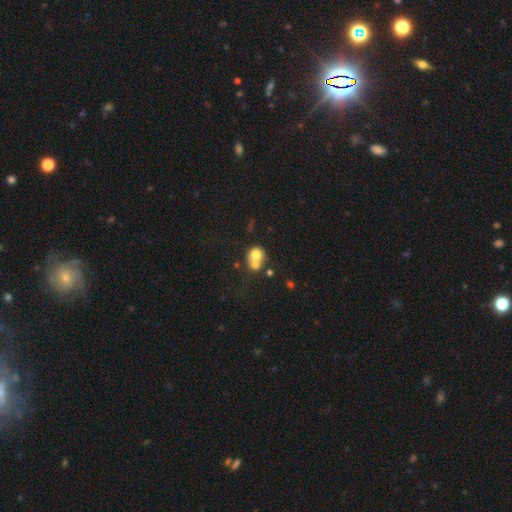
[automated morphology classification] A smooth galaxy with no disk features (70%) that is round (78%).

Vote fractions:
- Smooth or featured? smooth: 70% / featured or disk: 20% / star or artifact: 10%
- How rounded? round: 78% / in between: 22% / cigar-shaped: 1%
- Merging? merger: 60% / none: 30% / minor disturbance: 7% / major disturbance: 3%